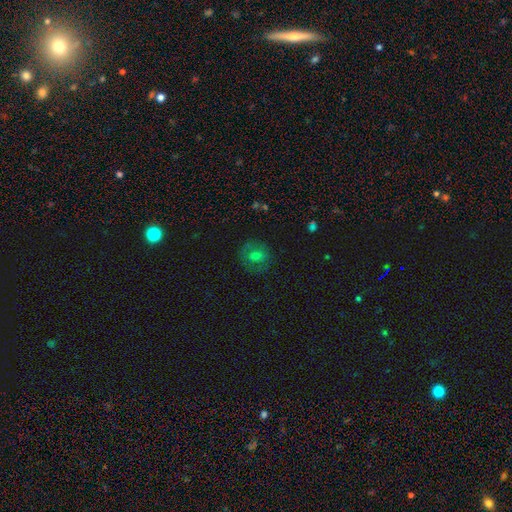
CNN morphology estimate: type=smooth (61%); roundness=round (78%); merging=none (79%).